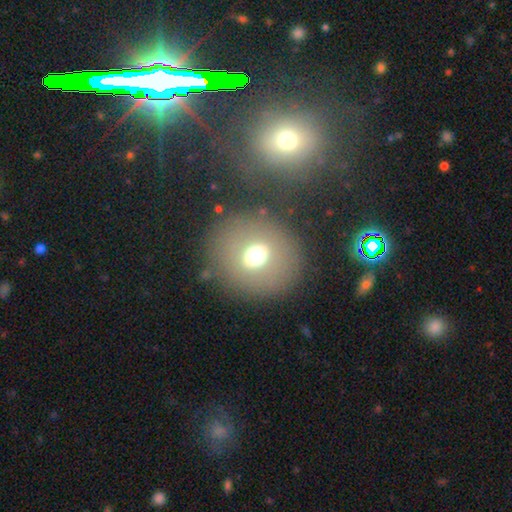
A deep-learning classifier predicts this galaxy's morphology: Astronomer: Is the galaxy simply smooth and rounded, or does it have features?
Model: smooth — 60%.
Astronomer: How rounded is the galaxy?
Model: round — 81%.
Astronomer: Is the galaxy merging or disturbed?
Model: none — 76%.